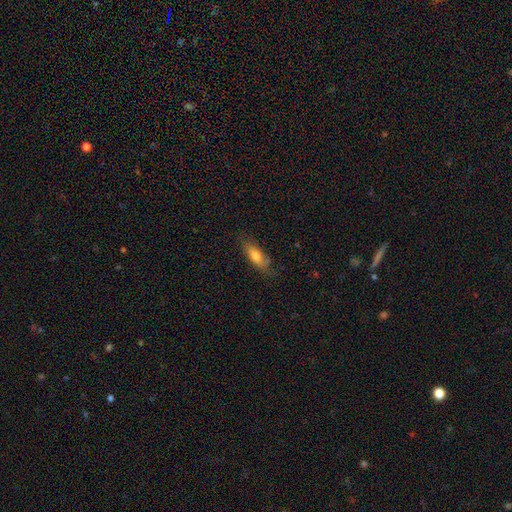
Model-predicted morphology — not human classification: A smooth galaxy with no disk features (71%) that is in between round and cigar-shaped (69%). Merging: none (69%).